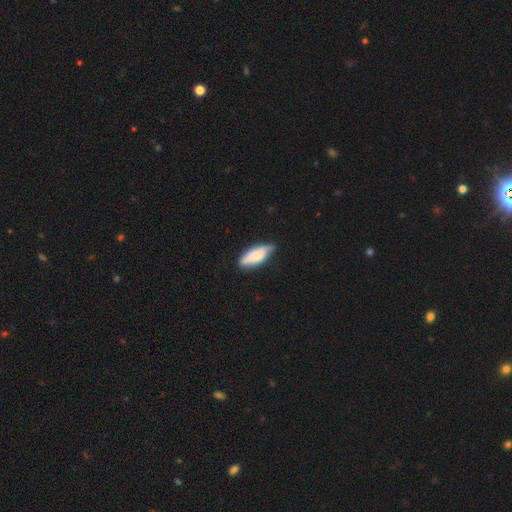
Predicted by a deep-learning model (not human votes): Smooth or featured: smooth — 64% (featured or disk — 30%)
How rounded: in between — 78% (cigar-shaped — 20%)
Merging: none — 68% (minor disturbance — 27%)